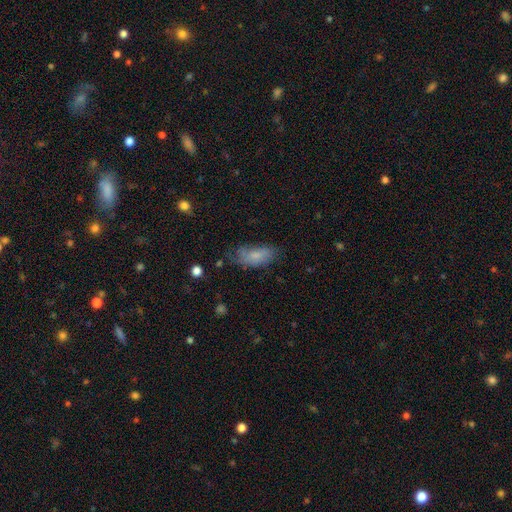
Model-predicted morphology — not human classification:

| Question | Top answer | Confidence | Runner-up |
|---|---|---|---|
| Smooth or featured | smooth | 72% | featured or disk (19%) |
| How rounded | in between | 88% | cigar-shaped (9%) |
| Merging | none | 49% | minor disturbance (33%) |